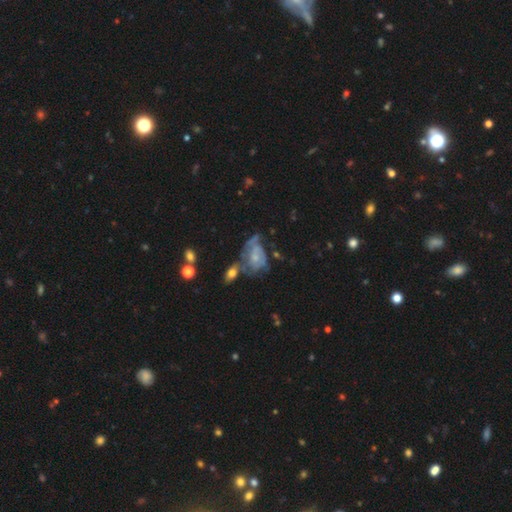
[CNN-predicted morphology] smooth-or-featured: featured or disk: 61% | smooth: 29% | star or artifact: 9%
  disk-edge-on: no: 96% | yes: 4%
    bar: no: 76% | weak: 21% | strong: 4%
    has-spiral-arms: yes: 67% | no: 33%
    bulge-size: small: 56% | moderate: 29% | none: 10% | large: 3% | dominant: 1%
  merging: none: 28% | major disturbance: 25% | merger: 25% | minor disturbance: 22%